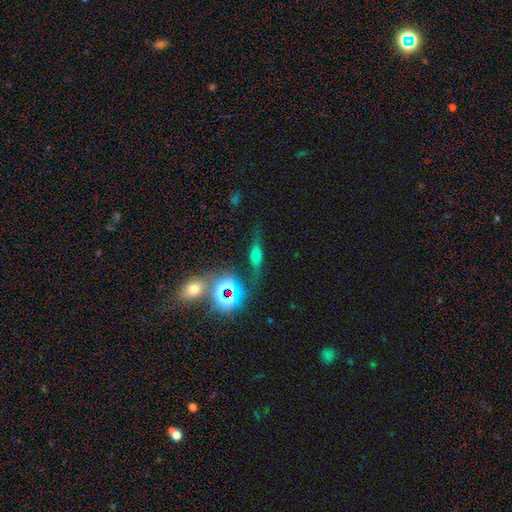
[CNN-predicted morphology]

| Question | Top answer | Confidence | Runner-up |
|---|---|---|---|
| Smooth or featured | smooth | 47% | star or artifact (28%) |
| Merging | none | 68% | minor disturbance (18%) |